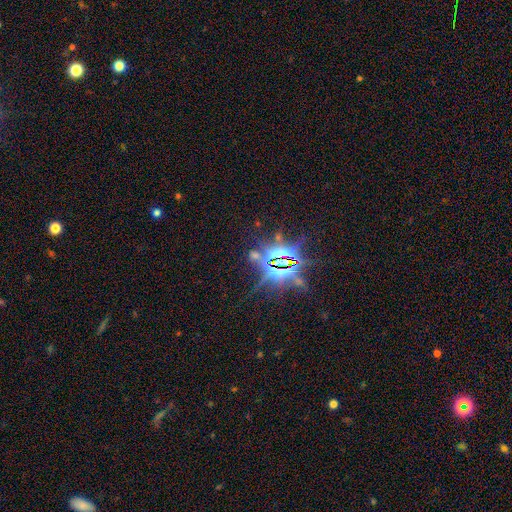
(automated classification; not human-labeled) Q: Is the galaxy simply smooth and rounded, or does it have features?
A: star or artifact — 78%.